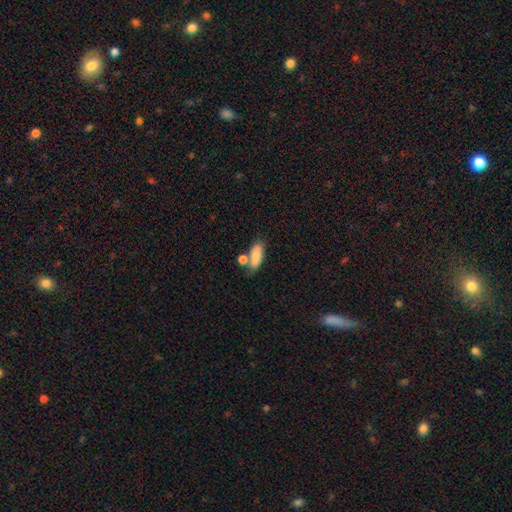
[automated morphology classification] smooth_or_featured: smooth (p=0.81) [alt: featured or disk p=0.11]
how_rounded: in between (p=0.77) [alt: cigar-shaped p=0.19]
merging: none (p=0.53) [alt: merger p=0.26]